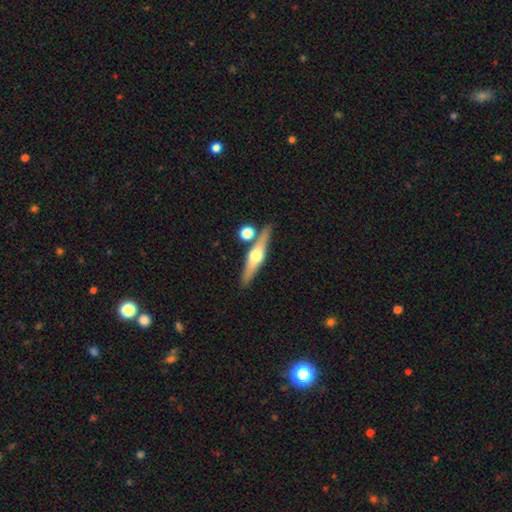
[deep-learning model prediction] The model was most divided on "smooth or featured": featured or disk: 67%, smooth: 27%, star or artifact: 6%. More confident: edge-on disk — yes (96%); edge-on bulge — rounded (95%); merging — none (80%).